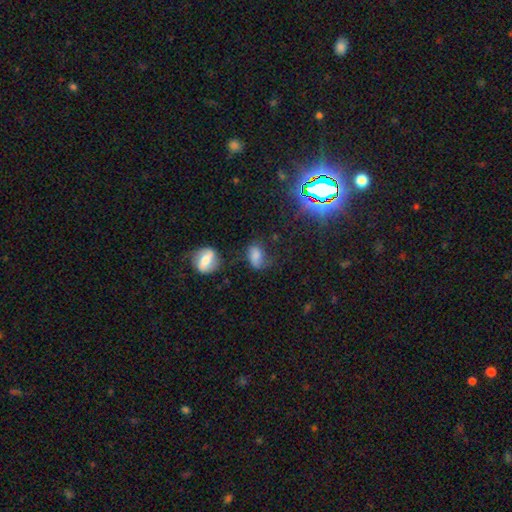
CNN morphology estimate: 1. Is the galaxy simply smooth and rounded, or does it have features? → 65% smooth, 20% featured or disk, 14% star or artifact.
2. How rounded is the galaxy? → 83% in between, 15% round, 3% cigar-shaped.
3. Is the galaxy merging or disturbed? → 43% none, 30% minor disturbance, 20% major disturbance, 7% merger.